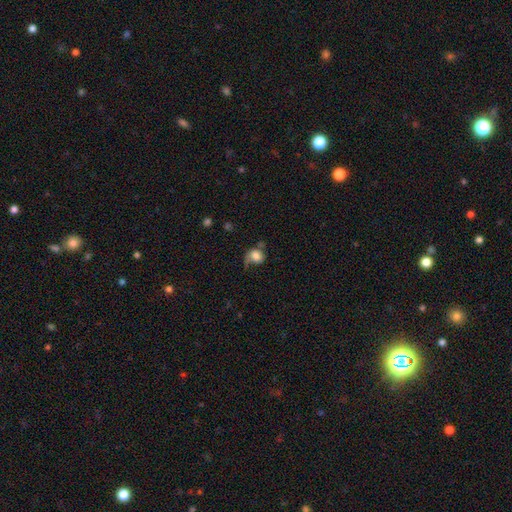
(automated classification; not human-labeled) smooth_or_featured: smooth (p=0.69) [alt: featured or disk p=0.21]
how_rounded: round (p=0.56) [alt: in between p=0.42]
merging: none (p=0.33) [alt: major disturbance p=0.32]